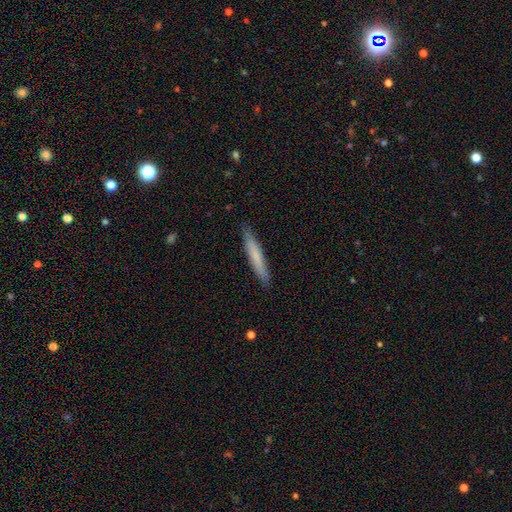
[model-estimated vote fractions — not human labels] smooth_or_featured: smooth (p=0.70) [alt: featured or disk p=0.24]
how_rounded: cigar-shaped (p=0.94) [alt: in between p=0.05]
merging: none (p=0.88) [alt: minor disturbance p=0.09]